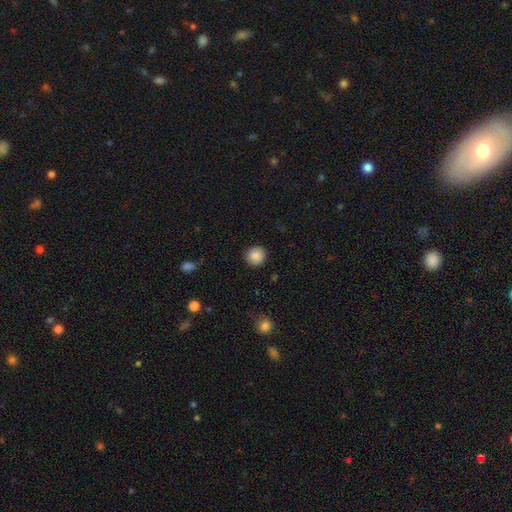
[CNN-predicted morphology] This is clearly a smooth galaxy (88%). How rounded: clearly round (92%). Merging: clearly none (90%).